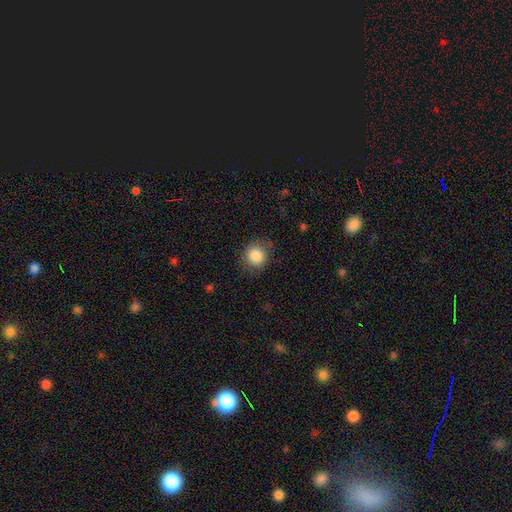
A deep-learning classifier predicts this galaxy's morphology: A smooth galaxy with no disk features (87%) that is round (84%). Merging: none (80%).